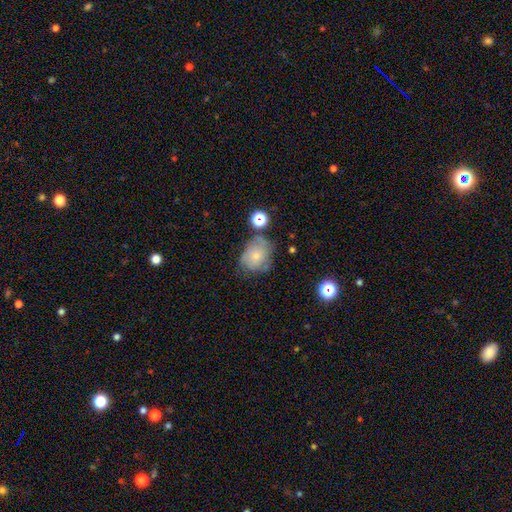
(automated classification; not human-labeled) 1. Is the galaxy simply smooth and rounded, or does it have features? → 64% smooth, 26% featured or disk, 11% star or artifact.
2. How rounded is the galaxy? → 50% in between, 49% round, 1% cigar-shaped.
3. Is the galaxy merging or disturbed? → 42% none, 32% minor disturbance, 18% major disturbance, 9% merger.